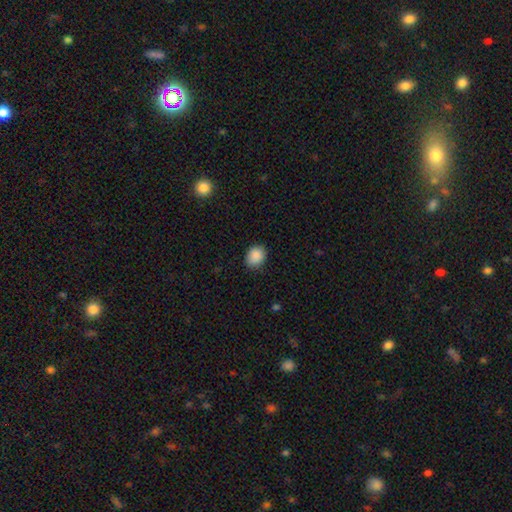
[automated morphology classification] Overall: smooth (89%). How rounded: in between (53%; round 46%). Merging: none (84%).